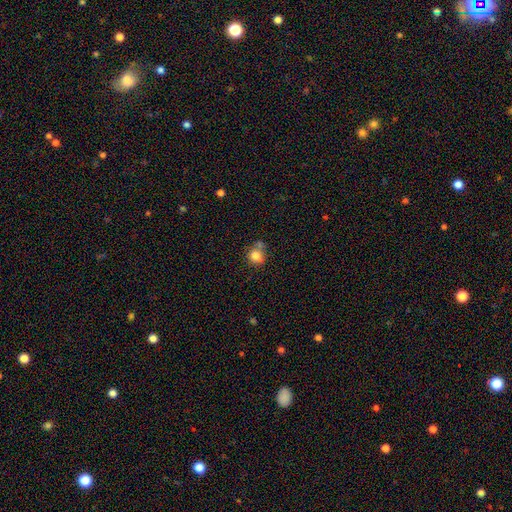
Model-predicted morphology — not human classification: Overall: smooth (83%). How rounded: round (81%). Merging: none (56%; merger 23%).